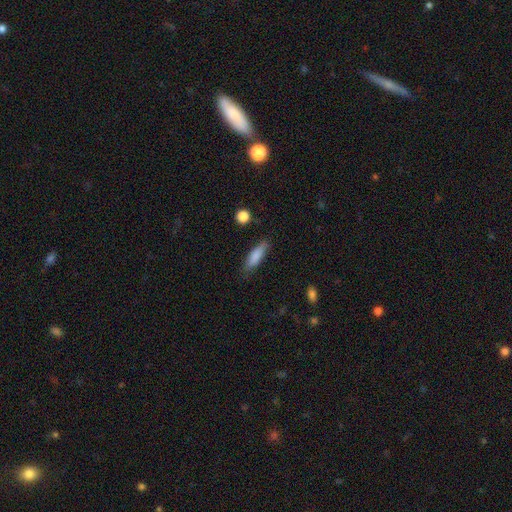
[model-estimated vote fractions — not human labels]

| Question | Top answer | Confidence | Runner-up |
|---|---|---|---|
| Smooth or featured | smooth | 83% | featured or disk (11%) |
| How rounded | cigar-shaped | 60% | in between (38%) |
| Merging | none | 79% | minor disturbance (16%) |